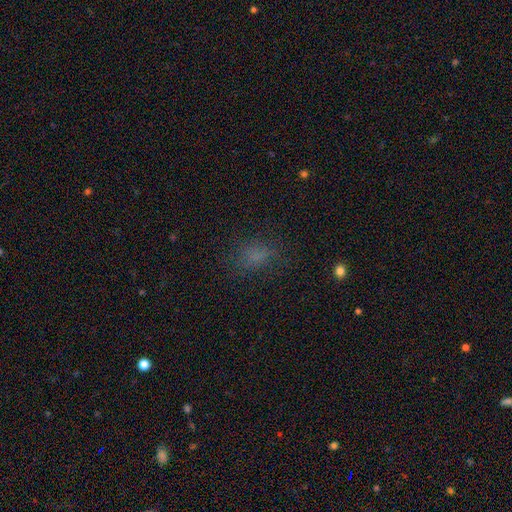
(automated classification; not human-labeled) Morphology: type=smooth (68%); roundness=in between (70%); merging=none (71%).